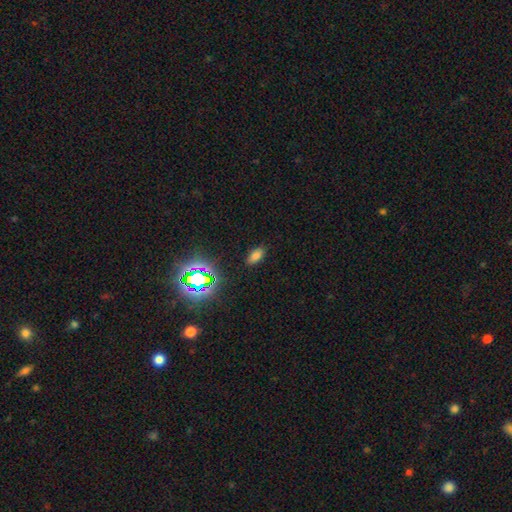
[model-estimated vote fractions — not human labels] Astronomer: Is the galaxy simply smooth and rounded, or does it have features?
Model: smooth — 70%.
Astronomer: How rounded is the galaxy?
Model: in between — 89%.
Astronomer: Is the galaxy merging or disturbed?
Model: none — 87%.